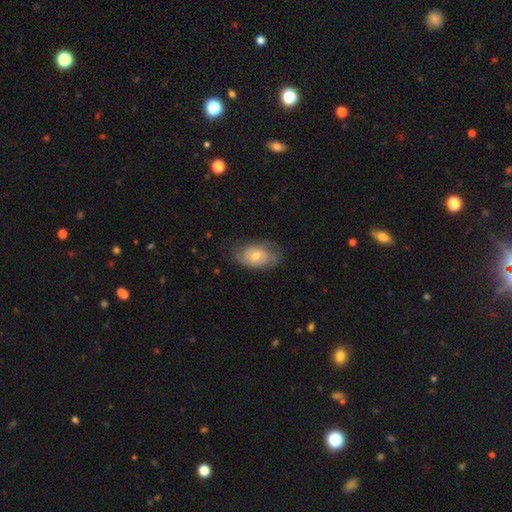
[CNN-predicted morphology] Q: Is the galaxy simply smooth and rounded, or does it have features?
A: featured or disk — 74%.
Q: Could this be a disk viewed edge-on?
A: no — 96%.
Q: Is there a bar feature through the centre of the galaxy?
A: no — 64%.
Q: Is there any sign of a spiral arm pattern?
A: yes — 93%.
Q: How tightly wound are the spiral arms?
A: tight — 58%.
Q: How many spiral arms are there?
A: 2 — 46%.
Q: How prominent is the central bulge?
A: moderate — 57%.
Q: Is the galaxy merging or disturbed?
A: none — 75%.